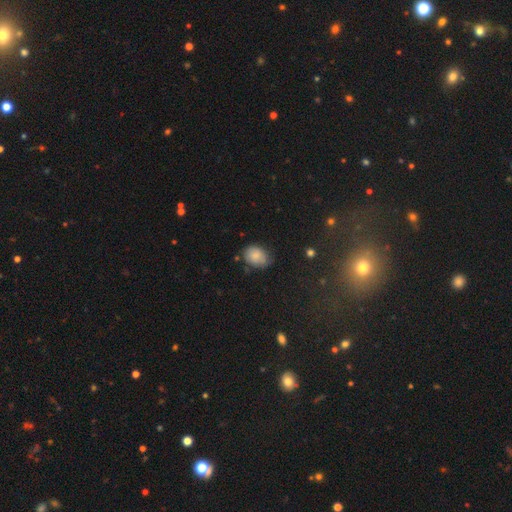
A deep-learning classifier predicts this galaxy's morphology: Q: Smooth or featured?
A: smooth (83%); runner-up: featured or disk (9%)
Q: How rounded?
A: in between (68%); runner-up: round (31%)
Q: Merging?
A: none (64%); runner-up: minor disturbance (28%)